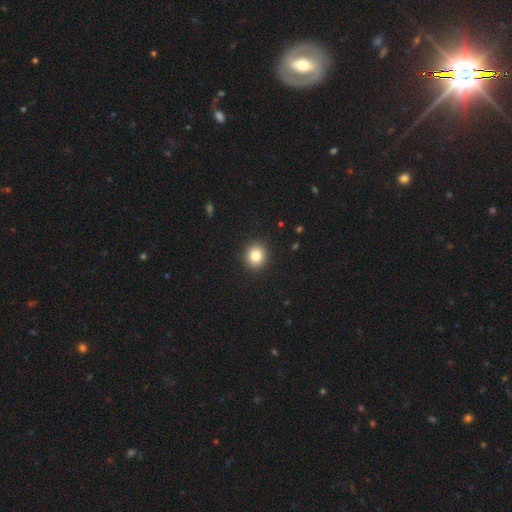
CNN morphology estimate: Smooth or featured?
  - smooth: 83% *
  - star or artifact: 10%
  - featured or disk: 7%
How rounded?
  - round: 81% *
  - in between: 18%
  - cigar-shaped: 1%
Merging?
  - none: 92% *
  - minor disturbance: 6%
  - major disturbance: 2%
  - merger: 1%